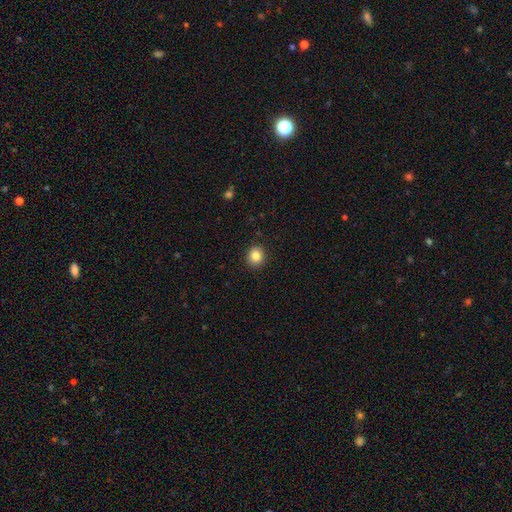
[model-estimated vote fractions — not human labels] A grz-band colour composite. It shows a smooth galaxy with no disk features (85%) that is round (81%). Merging: none (91%).